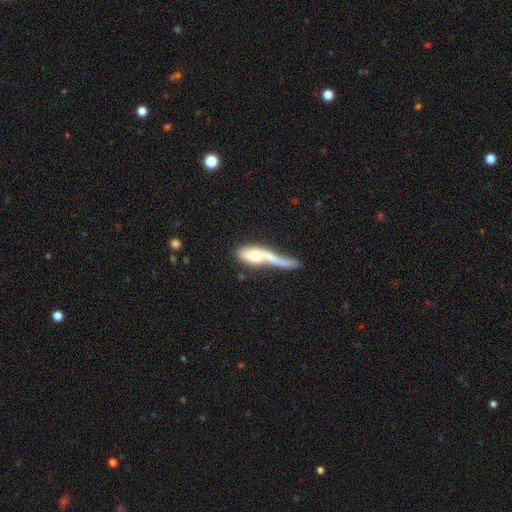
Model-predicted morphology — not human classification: Smooth or featured?
  - smooth: 53% *
  - featured or disk: 40%
  - star or artifact: 7%
How rounded?
  - in between: 56% *
  - cigar-shaped: 34%
  - round: 9%
Merging?
  - merger: 36% *
  - major disturbance: 33%
  - none: 18%
  - minor disturbance: 14%